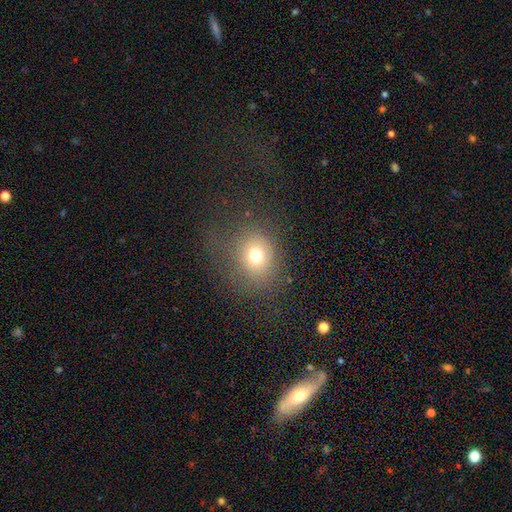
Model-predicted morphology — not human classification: Q: Smooth or featured?
A: smooth (71%); runner-up: star or artifact (17%)
Q: How rounded?
A: round (73%); runner-up: in between (26%)
Q: Merging?
A: none (67%); runner-up: major disturbance (16%)